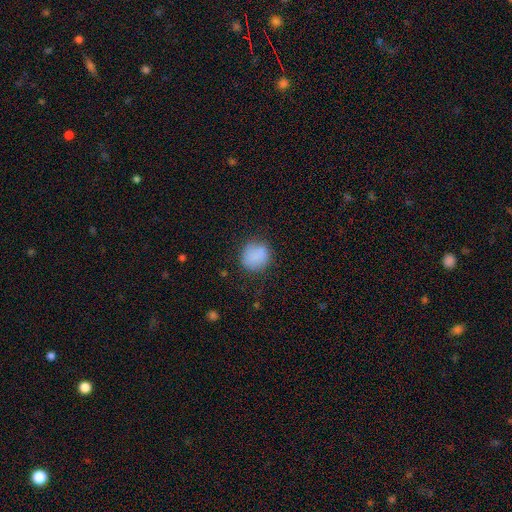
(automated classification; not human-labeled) smooth-or-featured: smooth: 84% | star or artifact: 9% | featured or disk: 7%
  how-rounded: round: 86% | in between: 13% | cigar-shaped: 1%
  merging: none: 79% | minor disturbance: 14% | major disturbance: 5% | merger: 2%